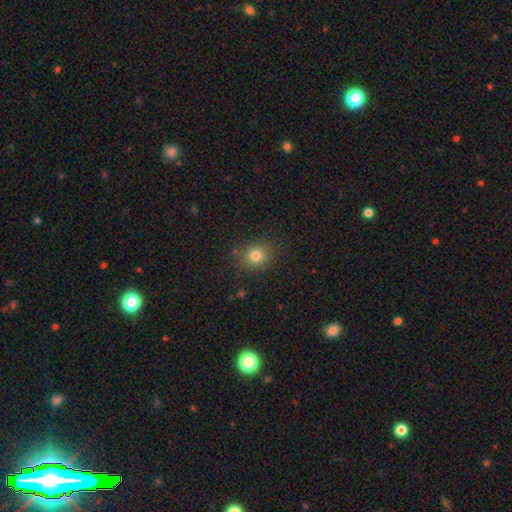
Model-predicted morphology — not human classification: Overall: smooth (79%). How rounded: round (76%). Merging: none (86%).